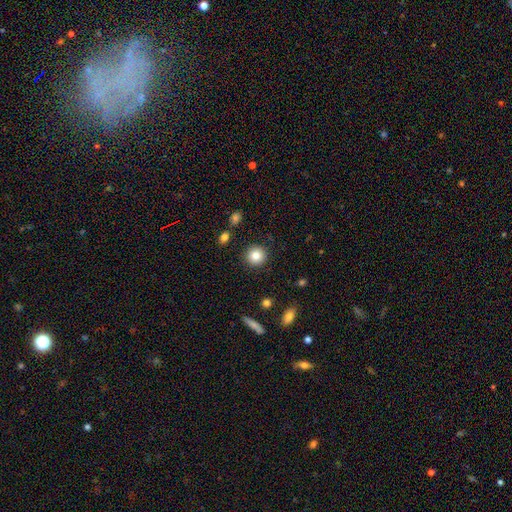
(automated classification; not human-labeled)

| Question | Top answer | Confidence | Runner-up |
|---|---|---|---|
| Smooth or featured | smooth | 83% | star or artifact (9%) |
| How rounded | round | 94% | in between (5%) |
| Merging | none | 91% | minor disturbance (6%) |